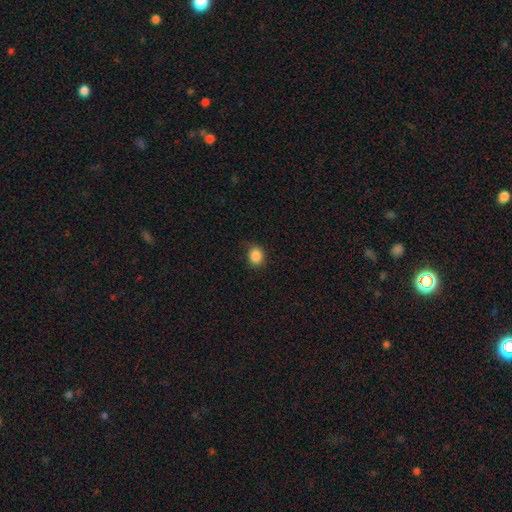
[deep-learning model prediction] Overall: smooth (86%). How rounded: round (62%; in between 37%). Merging: none (80%).